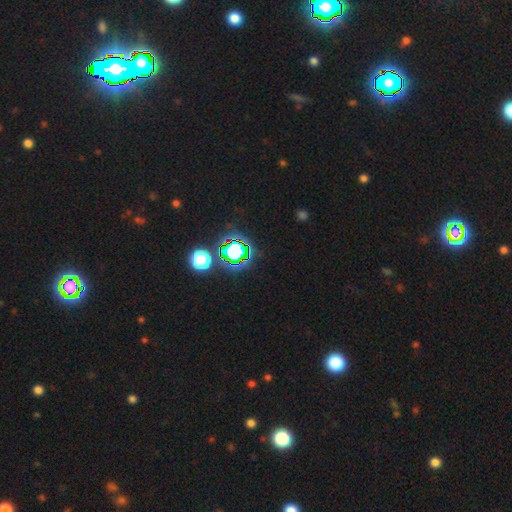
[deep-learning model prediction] Smooth or featured? star or artifact (77%)